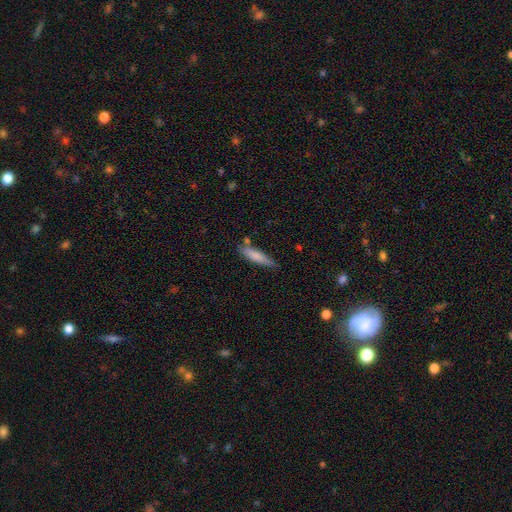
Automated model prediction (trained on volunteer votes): This appears to be a smooth galaxy with no disk features (77%) that is cigar-shaped (74%). Merging: none (71%).